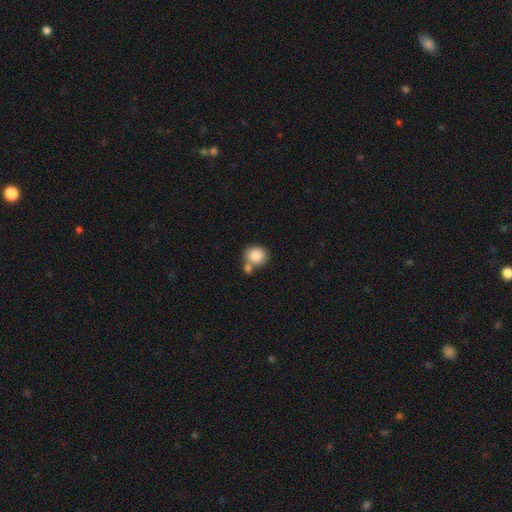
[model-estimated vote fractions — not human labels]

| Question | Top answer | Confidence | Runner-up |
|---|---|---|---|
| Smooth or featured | smooth | 86% | star or artifact (8%) |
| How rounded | round | 79% | in between (20%) |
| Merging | none | 51% | merger (35%) |